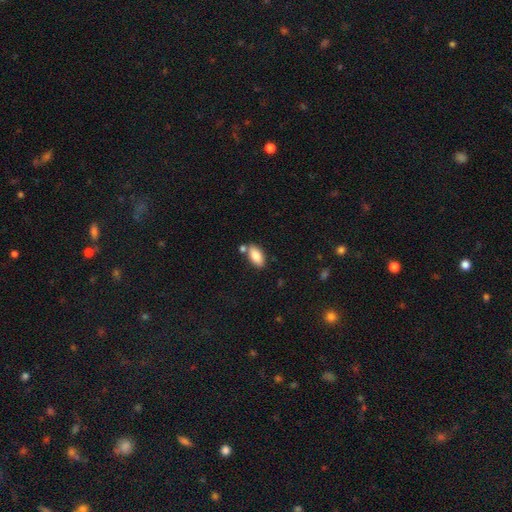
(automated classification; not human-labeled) Morphology: type=smooth (85%); roundness=in between (92%); merging=none (70%).